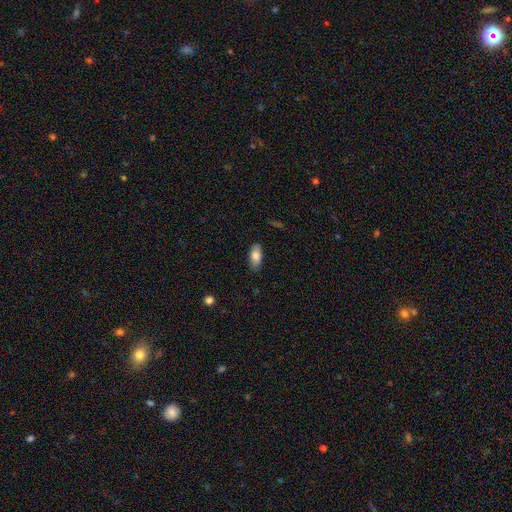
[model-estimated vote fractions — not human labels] Smooth or featured: smooth — 81% (featured or disk — 12%)
How rounded: in between — 90% (cigar-shaped — 7%)
Merging: none — 84% (minor disturbance — 12%)